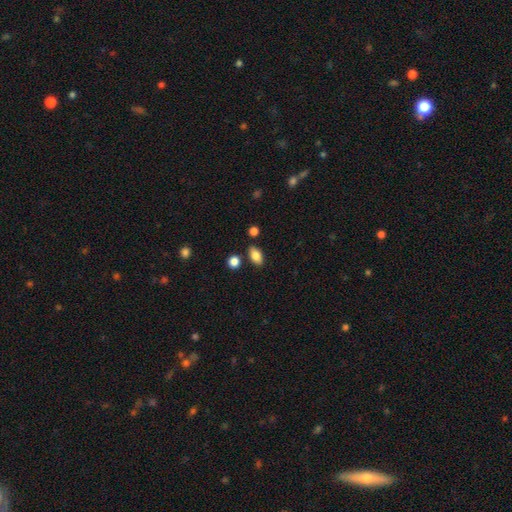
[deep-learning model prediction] A smooth galaxy with no disk features (84%) that is in between round and cigar-shaped (89%).

Vote fractions:
- Smooth or featured? smooth: 84% / star or artifact: 8% / featured or disk: 8%
- How rounded? in between: 89% / round: 8% / cigar-shaped: 3%
- Merging? none: 83% / minor disturbance: 10% / merger: 5% / major disturbance: 2%